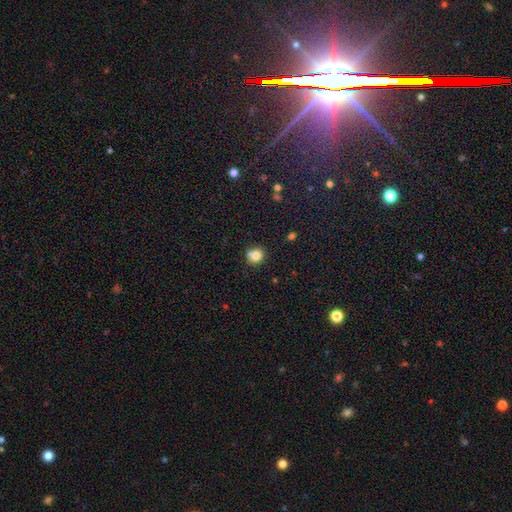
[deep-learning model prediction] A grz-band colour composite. It shows a smooth galaxy with no disk features (79%) that is round (85%). Merging: none (66%).